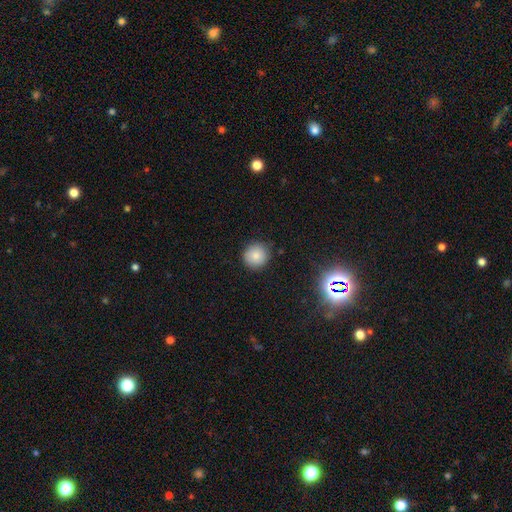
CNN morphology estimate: A smooth galaxy with no disk features (82%) that is round (93%).

Vote fractions:
- Smooth or featured? smooth: 82% / star or artifact: 11% / featured or disk: 7%
- How rounded? round: 93% / in between: 6% / cigar-shaped: 1%
- Merging? none: 86% / minor disturbance: 10% / major disturbance: 2% / merger: 1%